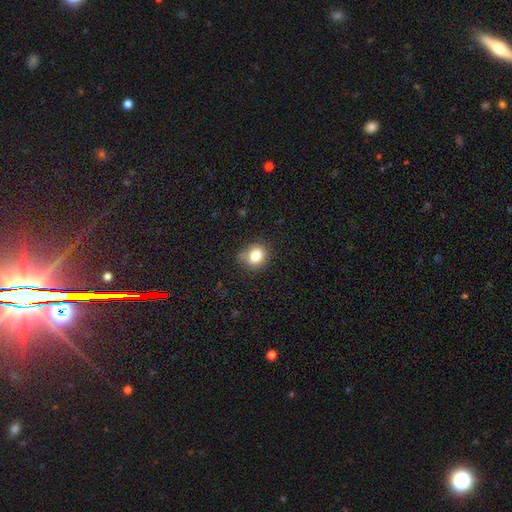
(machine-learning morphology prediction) Smooth or featured? smooth (81%)
How rounded? round (67%)
Merging? none (74%)